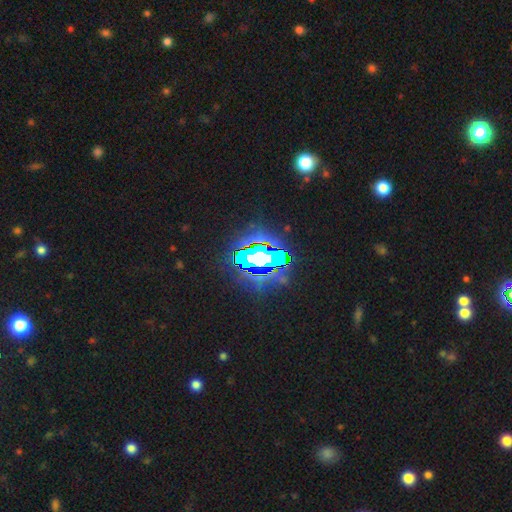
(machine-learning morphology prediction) This appears to be a star or artifact, not a galaxy (65%).